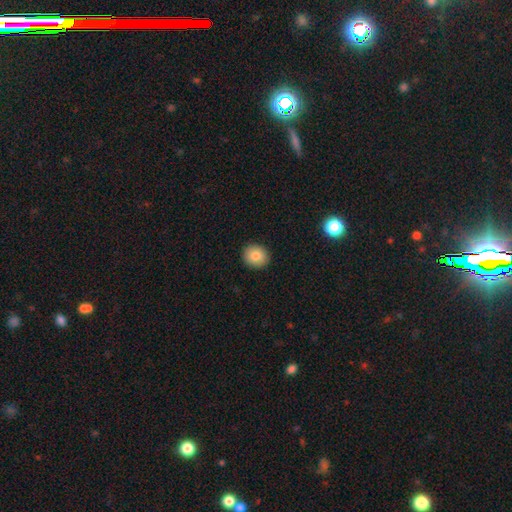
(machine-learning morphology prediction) Q: Smooth or featured?
A: smooth (83%); runner-up: star or artifact (9%)
Q: How rounded?
A: round (81%); runner-up: in between (18%)
Q: Merging?
A: none (92%); runner-up: minor disturbance (5%)